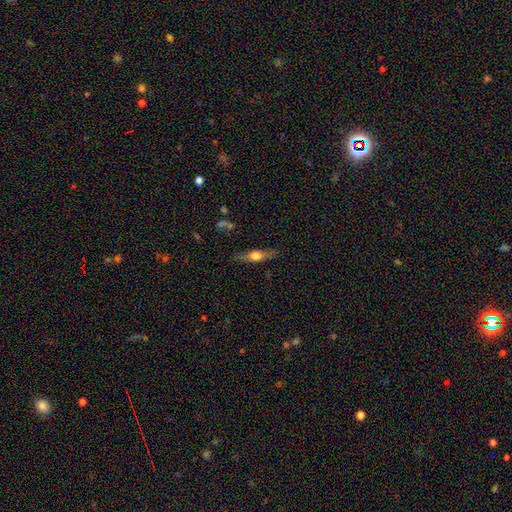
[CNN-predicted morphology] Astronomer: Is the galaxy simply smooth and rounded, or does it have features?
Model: featured or disk — 54% (runner-up: smooth, 39%).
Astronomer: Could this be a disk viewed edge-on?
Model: yes — 92%.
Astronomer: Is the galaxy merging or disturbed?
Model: none — 82%.